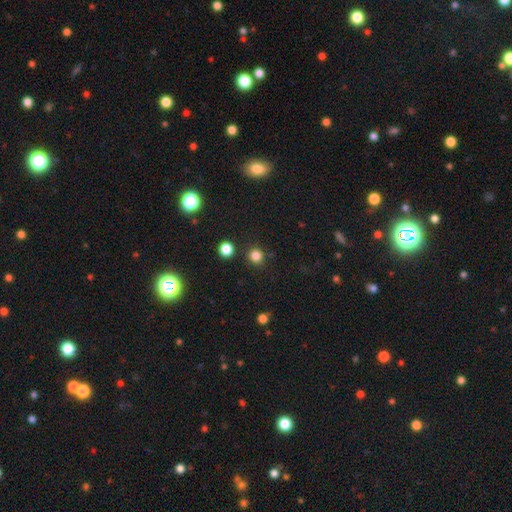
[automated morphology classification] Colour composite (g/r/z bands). It shows a smooth galaxy with no disk features (82%) that is round (92%). Merging: none (87%).